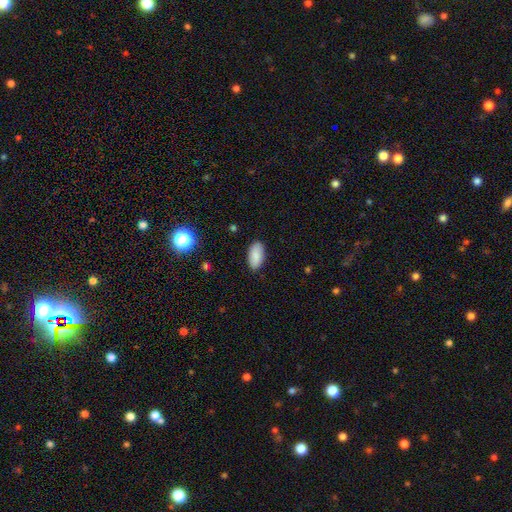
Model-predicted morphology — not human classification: Smooth or featured?
  - smooth: 87% *
  - star or artifact: 7%
  - featured or disk: 6%
How rounded?
  - in between: 94% *
  - cigar-shaped: 3%
  - round: 3%
Merging?
  - none: 85% *
  - minor disturbance: 11%
  - major disturbance: 2%
  - merger: 1%